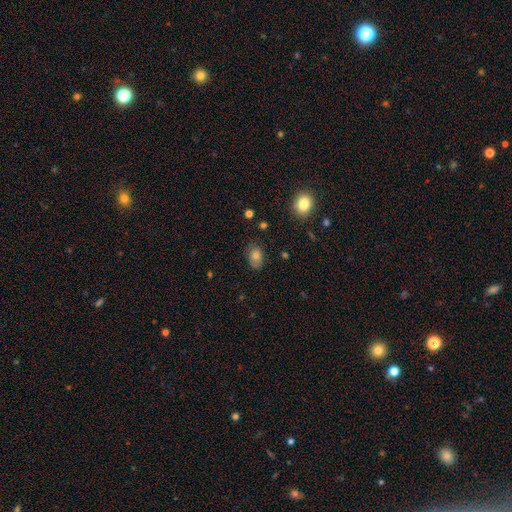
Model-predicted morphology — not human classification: Smooth or featured? smooth (76%)
How rounded? in between (79%)
Merging? none (77%)